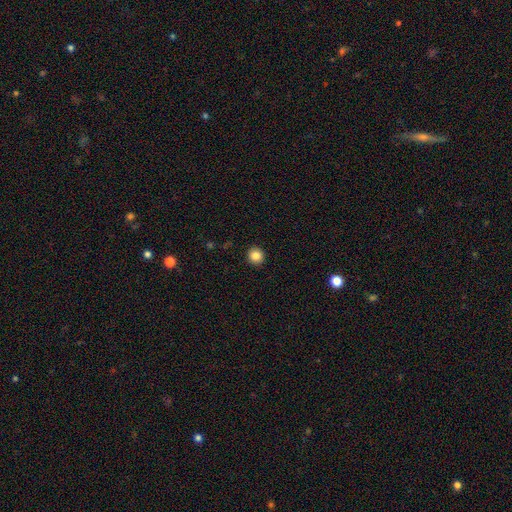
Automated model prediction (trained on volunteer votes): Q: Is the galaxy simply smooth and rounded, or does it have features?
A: smooth — 85%.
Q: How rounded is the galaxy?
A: round — 93%.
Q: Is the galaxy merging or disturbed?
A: none — 93%.